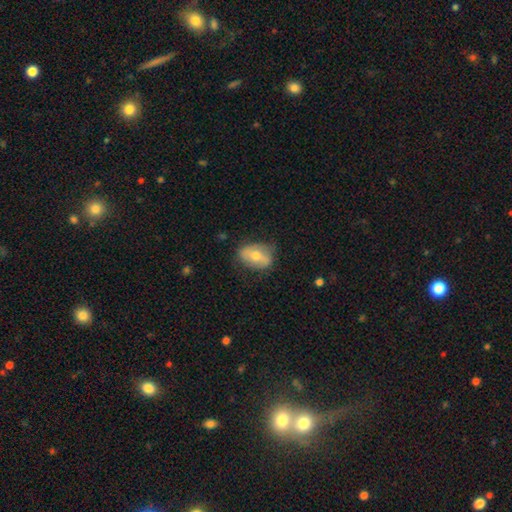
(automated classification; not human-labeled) smooth-or-featured: smooth: 54% | featured or disk: 39% | star or artifact: 7%
  how-rounded: in between: 84% | round: 14% | cigar-shaped: 2%
  merging: none: 72% | minor disturbance: 22% | major disturbance: 5% | merger: 1%